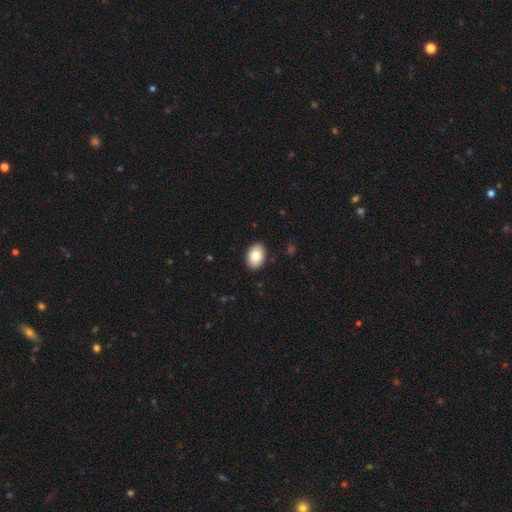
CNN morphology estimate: A smooth galaxy with no disk features (83%) that is in between round and cigar-shaped (85%). Merging: none (90%).